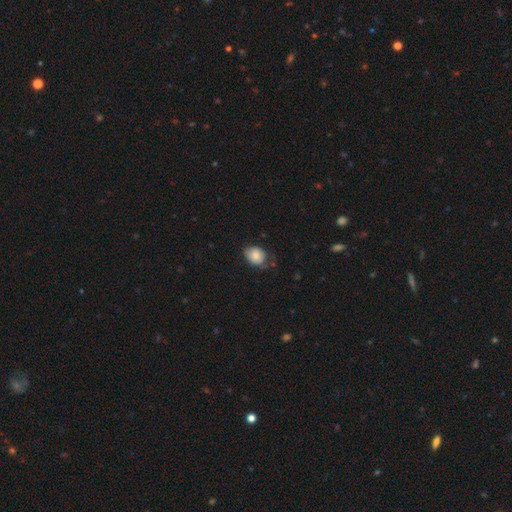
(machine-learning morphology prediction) Smooth or featured? Predicted: smooth (p=0.79). How rounded? Predicted: in between (p=0.54). Merging? Predicted: none (p=0.61).